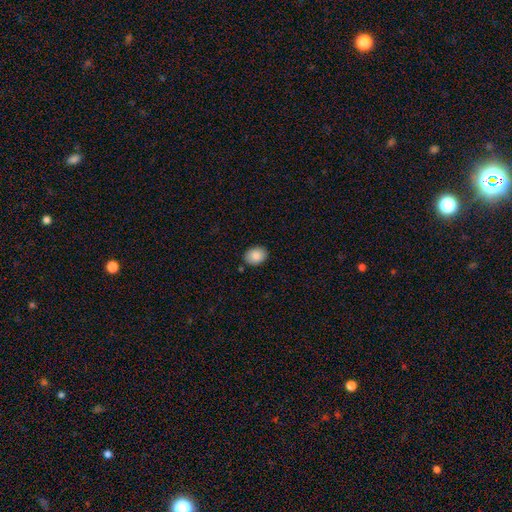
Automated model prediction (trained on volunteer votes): Overall: smooth (88%). How rounded: in between (69%; round 31%). Merging: none (86%).